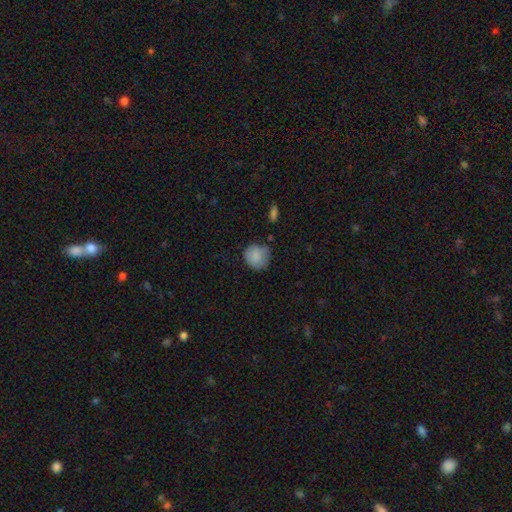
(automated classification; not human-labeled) A smooth galaxy with no disk features (84%) that is round (85%). Merging: none (63%).